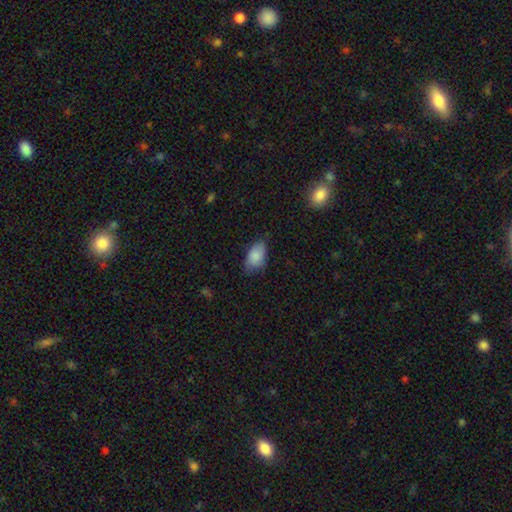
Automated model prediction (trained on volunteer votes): Smooth or featured? Predicted: smooth (p=0.85). How rounded? Predicted: in between (p=0.92). Merging? Predicted: none (p=0.66).